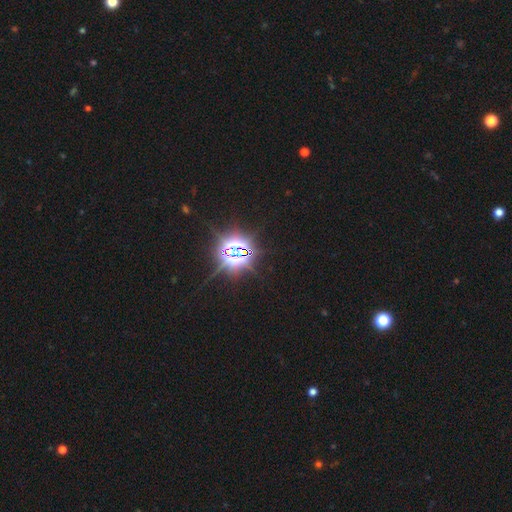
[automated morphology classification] Smooth or featured? star or artifact (85%)